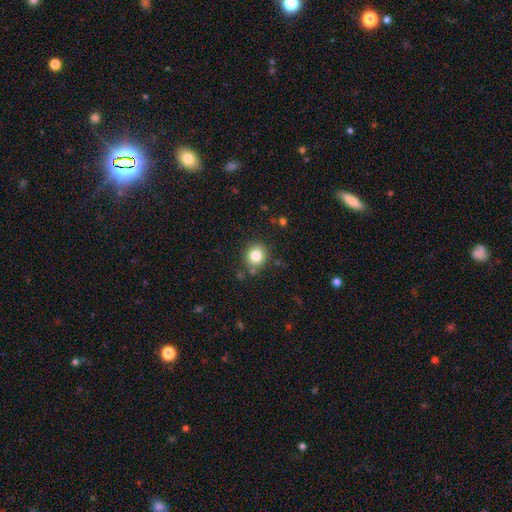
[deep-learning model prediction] Morphology: type=smooth (81%); roundness=round (89%); merging=none (84%).